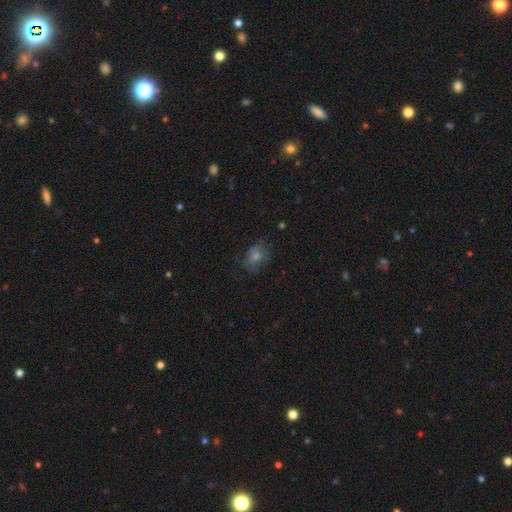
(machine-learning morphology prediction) smooth-or-featured: smooth: 52% | featured or disk: 25% | star or artifact: 23%
  how-rounded: round: 51% | in between: 48% | cigar-shaped: 1%
  merging: none: 69% | minor disturbance: 20% | major disturbance: 10% | merger: 1%